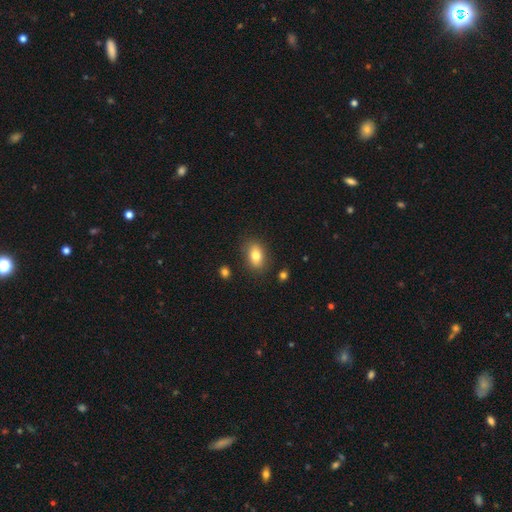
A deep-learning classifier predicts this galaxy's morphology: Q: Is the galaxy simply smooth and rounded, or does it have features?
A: smooth — 79%.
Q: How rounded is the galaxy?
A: in between — 82%.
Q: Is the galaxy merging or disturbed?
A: none — 83%.